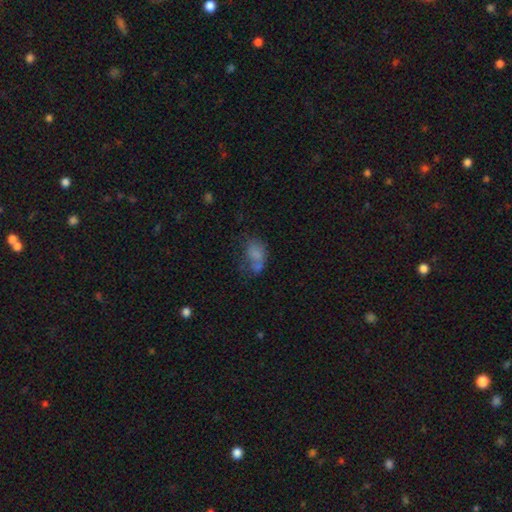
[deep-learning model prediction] smooth-or-featured: smooth: 62% | featured or disk: 24% | star or artifact: 14%
  how-rounded: in between: 80% | round: 17% | cigar-shaped: 2%
  merging: merger: 30% | none: 29% | major disturbance: 21% | minor disturbance: 20%